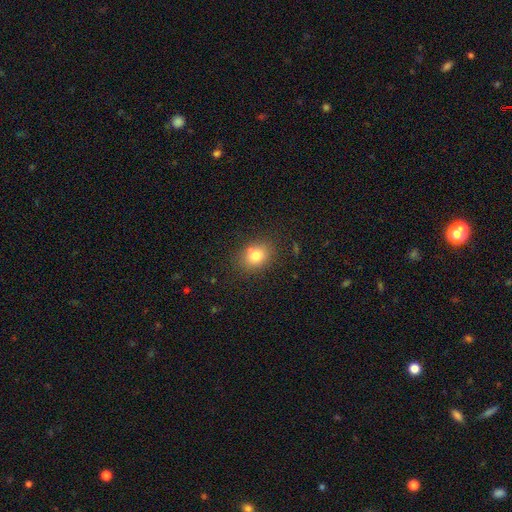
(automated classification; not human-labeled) smooth_or_featured: smooth (p=0.79) [alt: star or artifact p=0.11]
how_rounded: round (p=0.53) [alt: in between p=0.46]
merging: none (p=0.75) [alt: minor disturbance p=0.13]